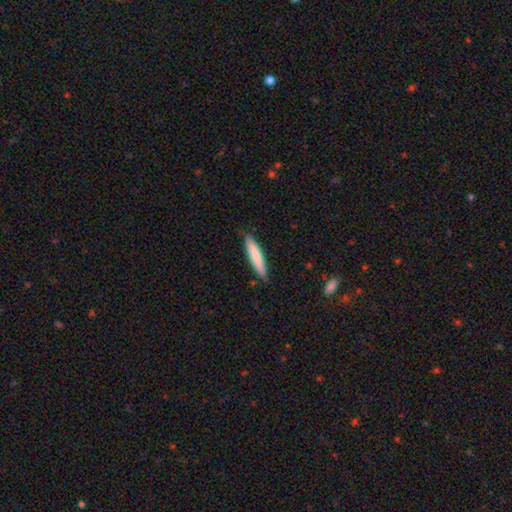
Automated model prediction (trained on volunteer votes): smooth_or_featured: smooth (p=0.77) [alt: featured or disk p=0.18]
how_rounded: cigar-shaped (p=0.85) [alt: in between p=0.14]
merging: none (p=0.86) [alt: minor disturbance p=0.11]